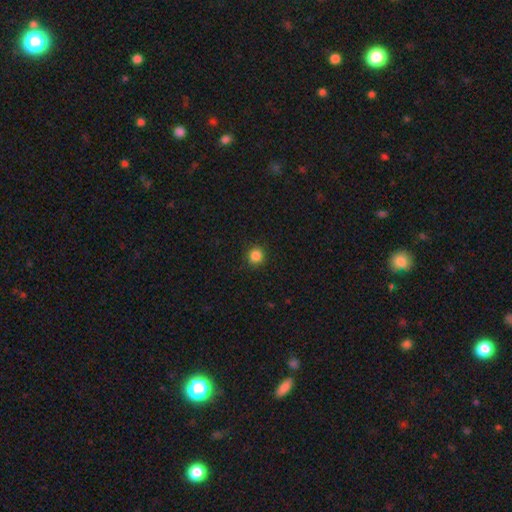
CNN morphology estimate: Smooth or featured? Predicted: smooth (p=0.85). How rounded? Predicted: round (p=0.93). Merging? Predicted: none (p=0.91).